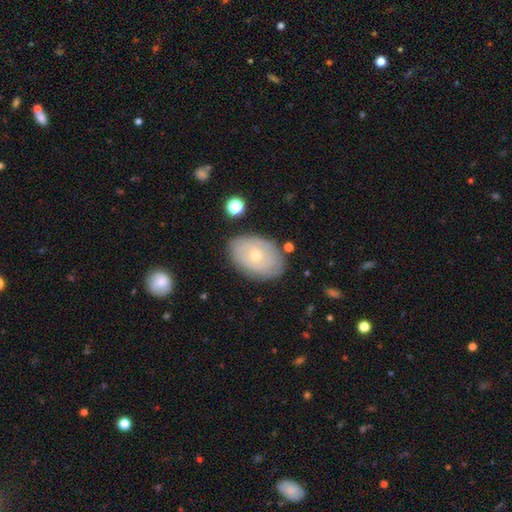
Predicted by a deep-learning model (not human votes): Q: Smooth or featured?
A: featured or disk (47%); runner-up: smooth (45%)
Q: Merging?
A: none (80%); runner-up: minor disturbance (15%)